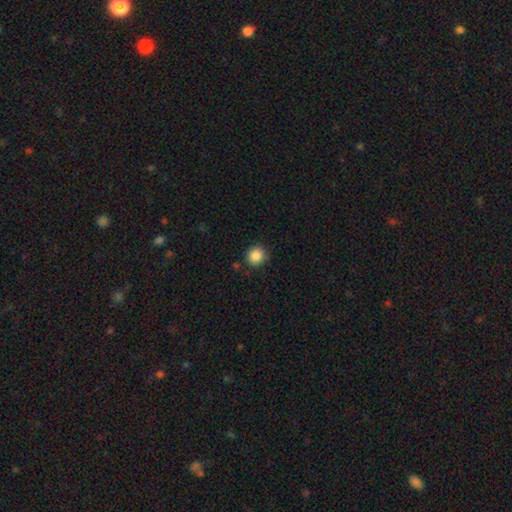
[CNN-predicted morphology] The model was most divided on "merging": none: 86%, minor disturbance: 10%, major disturbance: 2%, merger: 2%. More confident: how rounded — round (90%); smooth or featured — smooth (87%).